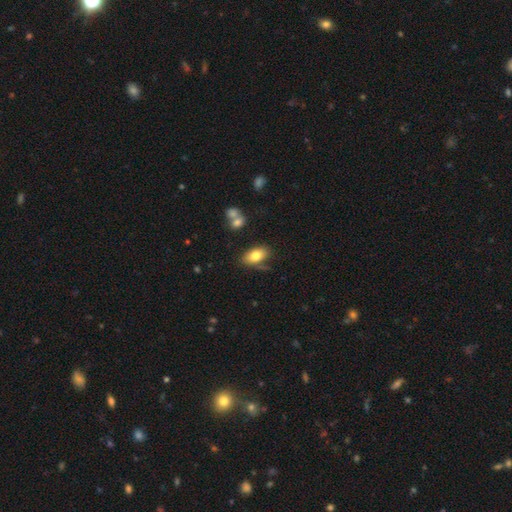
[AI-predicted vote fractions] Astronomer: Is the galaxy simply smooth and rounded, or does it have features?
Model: smooth — 78%.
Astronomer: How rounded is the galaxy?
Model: in between — 91%.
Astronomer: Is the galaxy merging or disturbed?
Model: none — 66%.